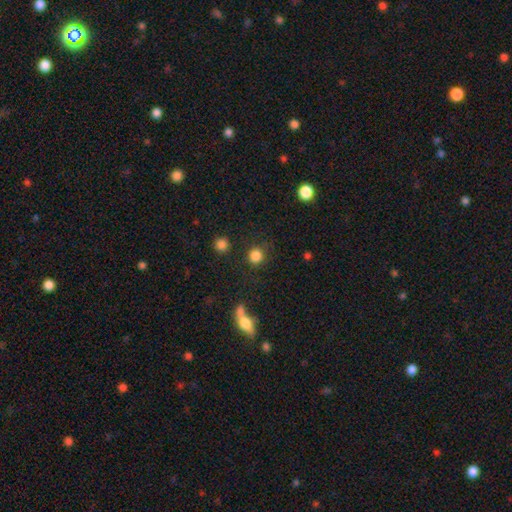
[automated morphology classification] This appears to be a smooth galaxy with no disk features (84%) that is round (90%). Merging: none (81%).